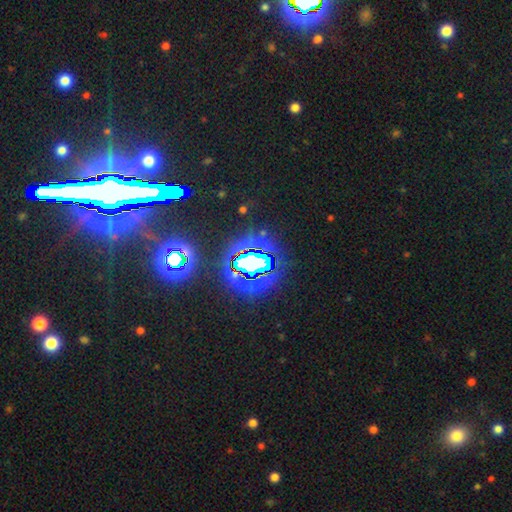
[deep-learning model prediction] star or artifact 80%, featured or disk 10%, smooth 10%.